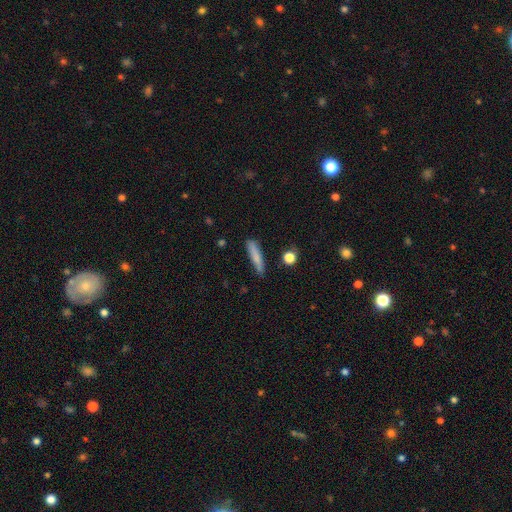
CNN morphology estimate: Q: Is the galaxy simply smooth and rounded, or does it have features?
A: smooth — 80%.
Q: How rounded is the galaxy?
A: cigar-shaped — 87%.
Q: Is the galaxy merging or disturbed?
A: none — 77%.